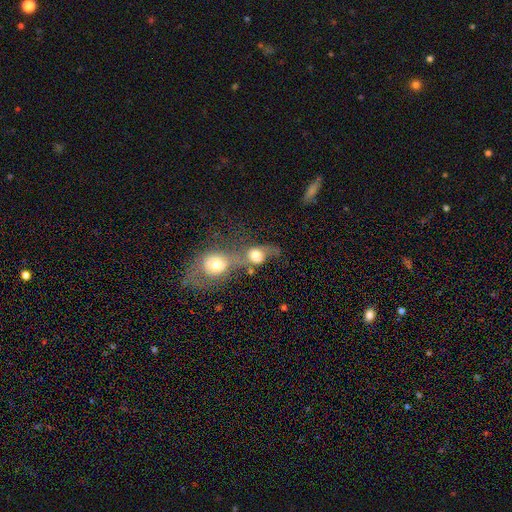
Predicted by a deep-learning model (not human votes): Morphology: type=smooth (58%); roundness=round (56%); merging=merger (64%).